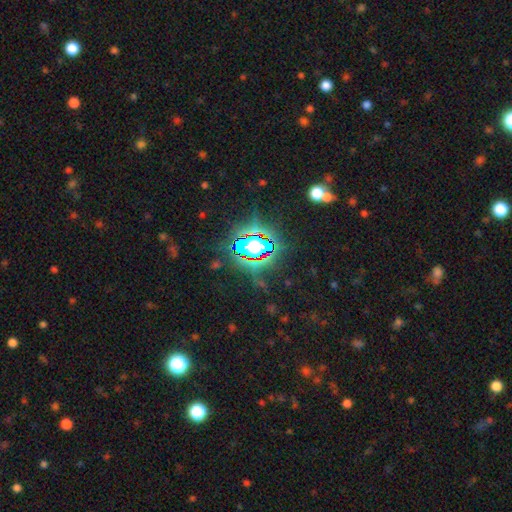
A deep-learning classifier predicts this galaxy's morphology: Smooth or featured: star or artifact — 77% (smooth — 13%)